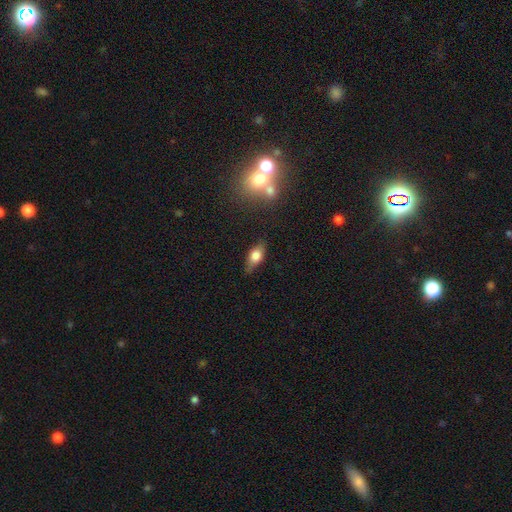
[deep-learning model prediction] Smooth or featured? Predicted: smooth (p=0.67). How rounded? Predicted: in between (p=0.79). Merging? Predicted: none (p=0.75).